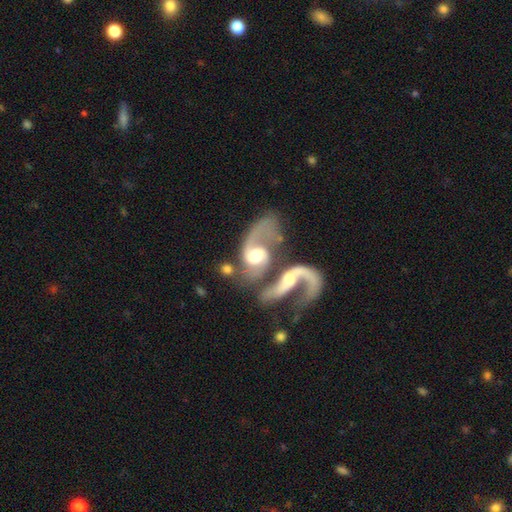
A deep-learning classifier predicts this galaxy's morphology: Smooth or featured? Predicted: featured or disk (p=0.82). Edge-on disk? Predicted: no (p=0.96). Bar? Predicted: no (p=0.52). Spiral arms? Predicted: yes (p=0.91). Spiral winding? Predicted: loose (p=0.62). Spiral arm count? Predicted: 2 (p=0.73). Bulge size? Predicted: moderate (p=0.64). Merging? Predicted: merger (p=0.66).